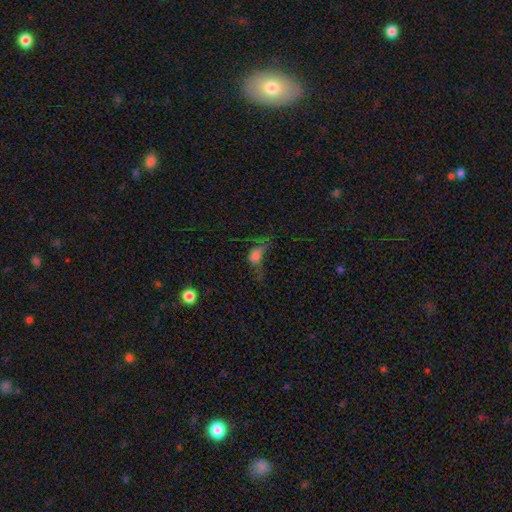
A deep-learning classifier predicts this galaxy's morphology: Smooth or featured? Predicted: smooth (p=0.54). How rounded? Predicted: in between (p=0.69). Merging? Predicted: major disturbance (p=0.50).